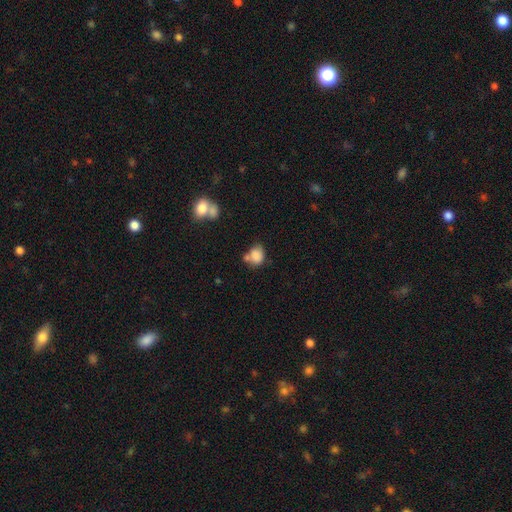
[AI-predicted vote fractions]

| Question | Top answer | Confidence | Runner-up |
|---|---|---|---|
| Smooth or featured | smooth | 82% | star or artifact (9%) |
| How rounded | in between | 57% | round (42%) |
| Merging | none | 42% | merger (29%) |